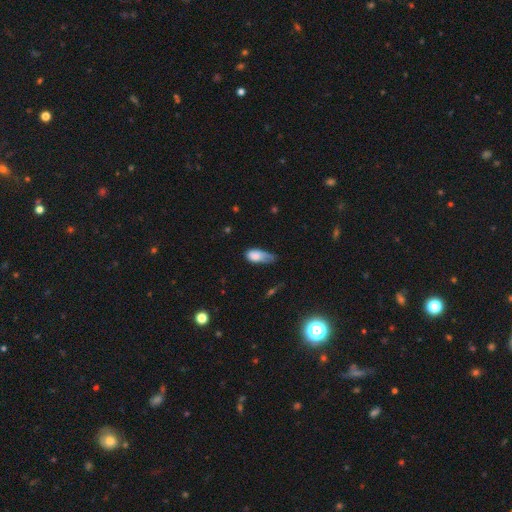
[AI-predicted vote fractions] Q: Smooth or featured?
A: smooth (75%); runner-up: featured or disk (17%)
Q: How rounded?
A: in between (87%); runner-up: cigar-shaped (9%)
Q: Merging?
A: minor disturbance (45%); runner-up: major disturbance (30%)